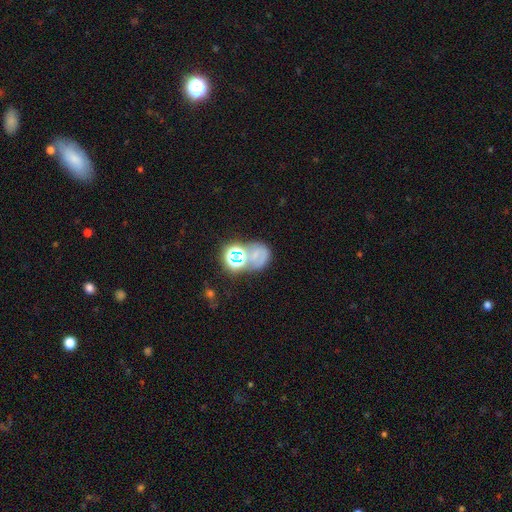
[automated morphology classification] Smooth or featured?
  - smooth: 42% *
  - star or artifact: 31%
  - featured or disk: 27%
Merging?
  - none: 39% *
  - merger: 27%
  - minor disturbance: 17%
  - major disturbance: 16%